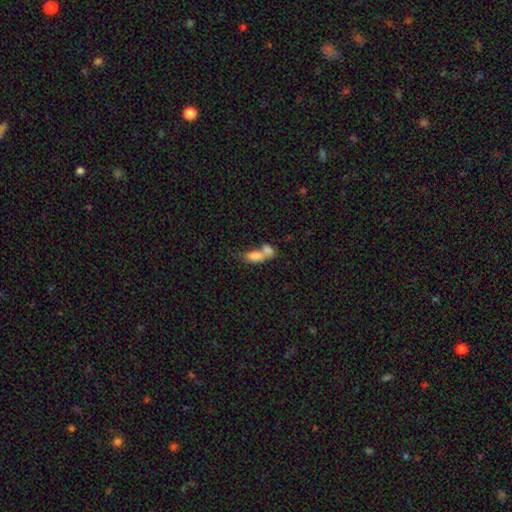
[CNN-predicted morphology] type=smooth (76%); roundness=in between (80%); merging=merger (72%).